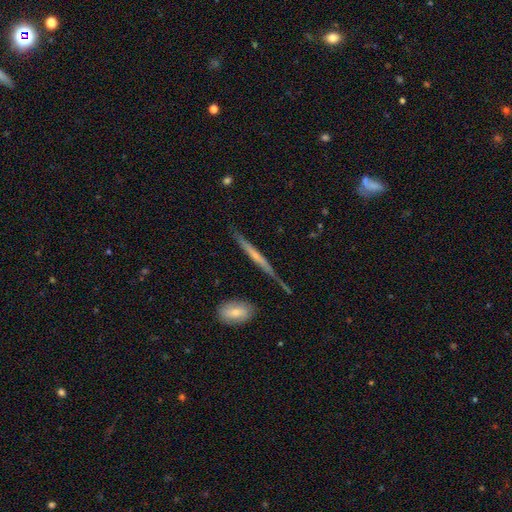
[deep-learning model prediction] This appears to be a featured or disk galaxy (63%) viewed edge-on (95%) with no central bulge (59%). Merging: none (80%).